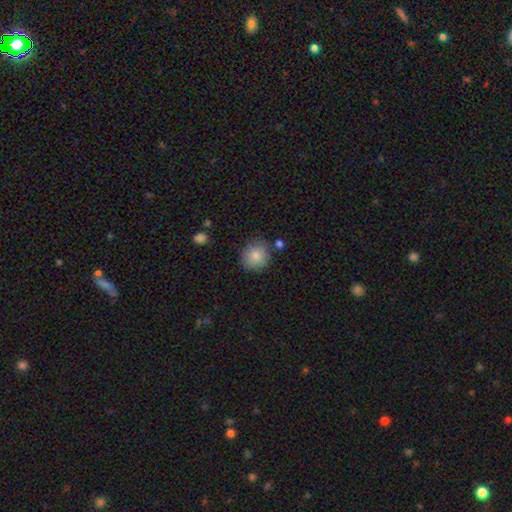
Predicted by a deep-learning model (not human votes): Q: Smooth or featured?
A: smooth (85%); runner-up: star or artifact (8%)
Q: How rounded?
A: round (88%); runner-up: in between (11%)
Q: Merging?
A: none (81%); runner-up: minor disturbance (11%)